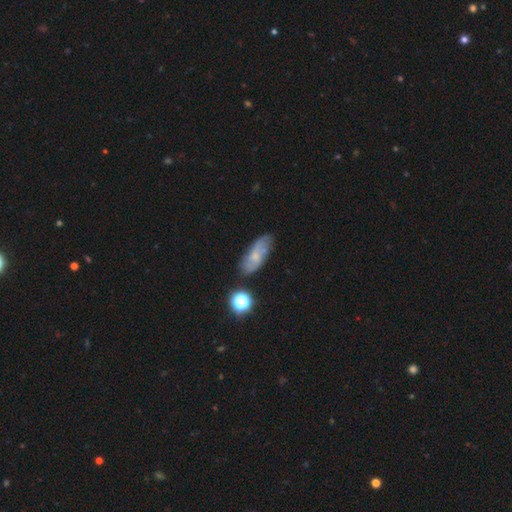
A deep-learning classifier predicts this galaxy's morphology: This is marginally a smooth galaxy (44%, tied with featured or disk). Merging: likely none (67%).